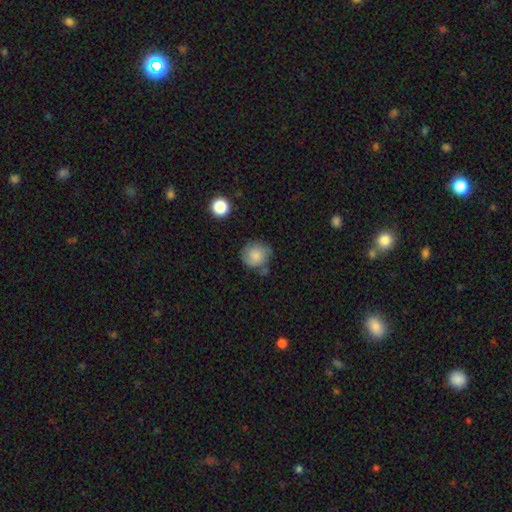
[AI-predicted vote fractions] A smooth galaxy with no disk features (81%) that is round (85%). Merging: none (62%).